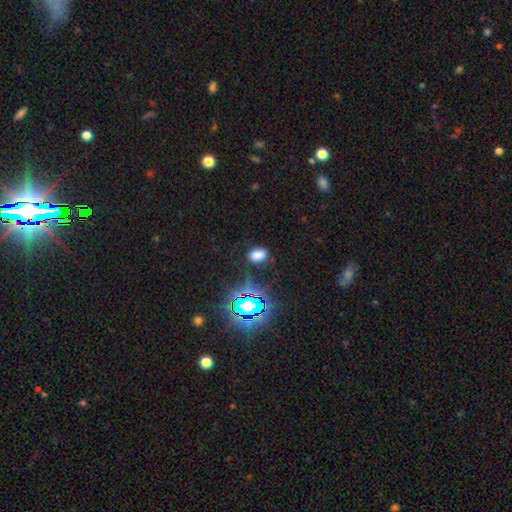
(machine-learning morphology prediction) Smooth or featured? smooth (70%)
How rounded? in between (86%)
Merging? none (79%)